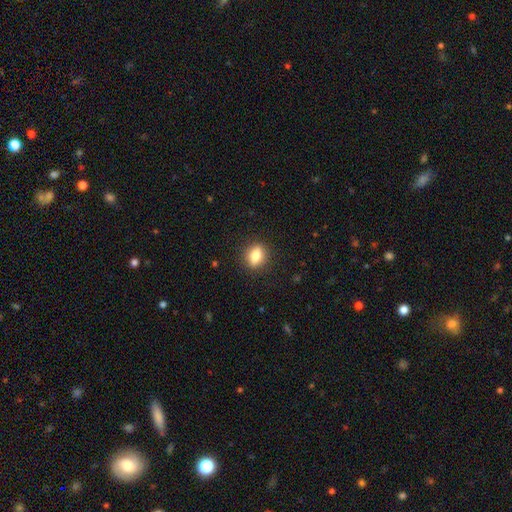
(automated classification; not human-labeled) Morphology: type=smooth (78%); roundness=in between (59%); merging=none (88%).